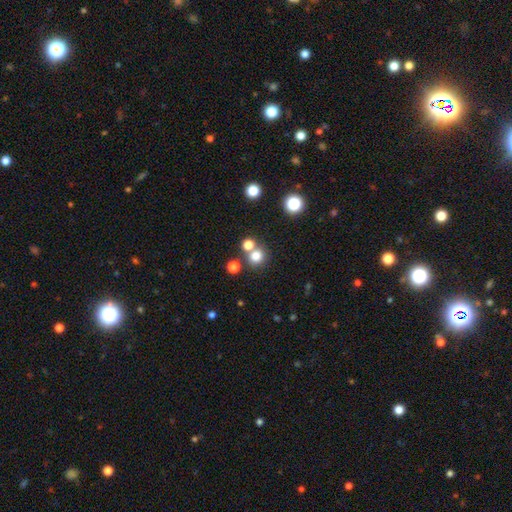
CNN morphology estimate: smooth 76%, star or artifact 16%, featured or disk 7%. Down the decision tree: how rounded — round (87%); merging — none (63%).